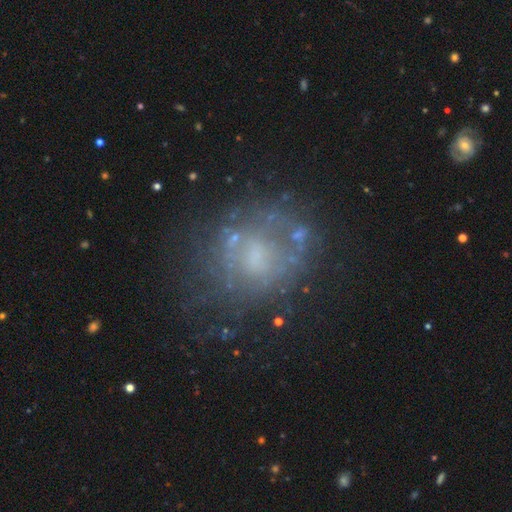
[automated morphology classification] This appears to be a featured or disk galaxy (57%) with no bar (75%), no spiral arms (68%) and no central bulge (36%). Merging: none (60%).